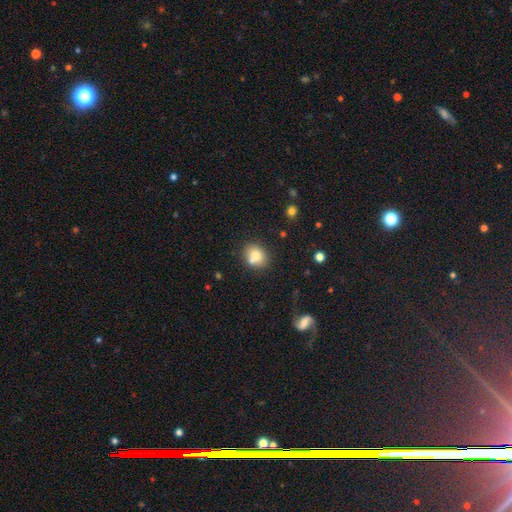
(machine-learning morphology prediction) A smooth galaxy with no disk features (75%) that is round (72%). Merging: none (64%).